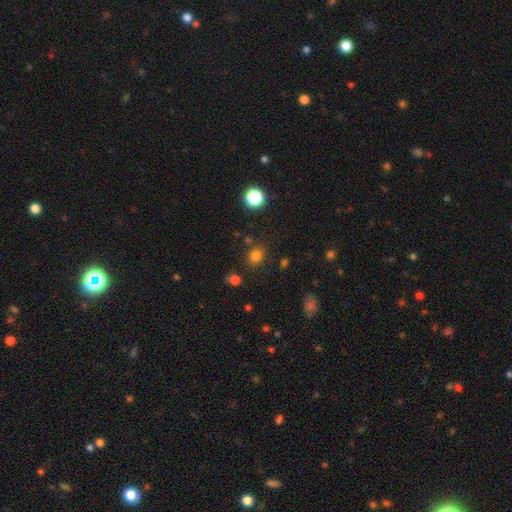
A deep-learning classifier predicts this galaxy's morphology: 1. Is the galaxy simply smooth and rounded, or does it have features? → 77% smooth, 17% star or artifact, 6% featured or disk.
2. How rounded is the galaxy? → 76% round, 23% in between, 1% cigar-shaped.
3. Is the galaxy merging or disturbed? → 82% none, 10% minor disturbance, 5% merger, 3% major disturbance.